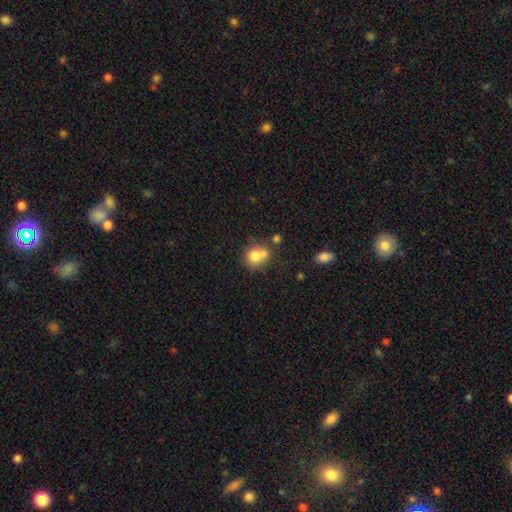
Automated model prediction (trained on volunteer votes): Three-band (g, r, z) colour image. It shows a smooth galaxy with no disk features (75%) that is round (78%). Merging: none (43%).